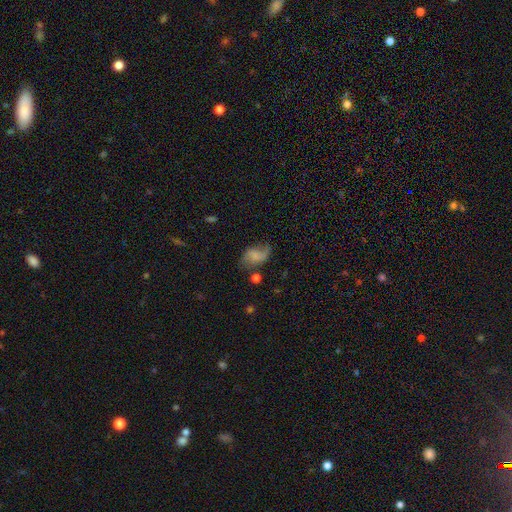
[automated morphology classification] smooth_or_featured: featured or disk (p=0.47) [alt: smooth p=0.42]
merging: none (p=0.49) [alt: minor disturbance p=0.28]